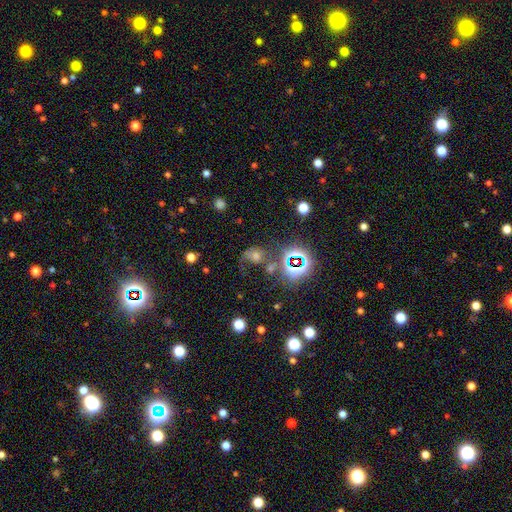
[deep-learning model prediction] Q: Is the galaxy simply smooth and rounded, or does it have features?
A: star or artifact — 42%.